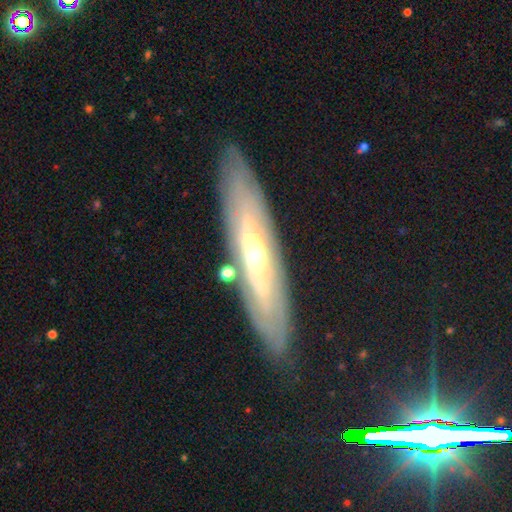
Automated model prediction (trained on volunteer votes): smooth-or-featured: featured or disk: 75% | smooth: 15% | star or artifact: 10%
  disk-edge-on: no: 53% | yes: 47%
  merging: none: 85% | minor disturbance: 11% | major disturbance: 2% | merger: 2%